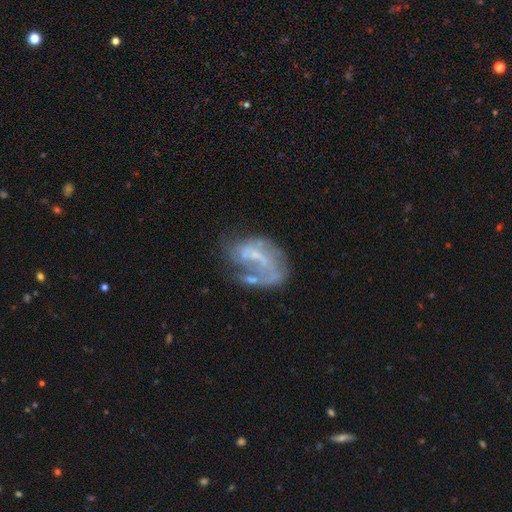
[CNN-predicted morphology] Overall: featured or disk (72%). Edge-on disk: no (97%). Bar: weak (42%; no 40%). Spiral arms: yes (66%; no 34%). Bulge size: small (50%; none 33%). Merging: none (36%; major disturbance 31%).